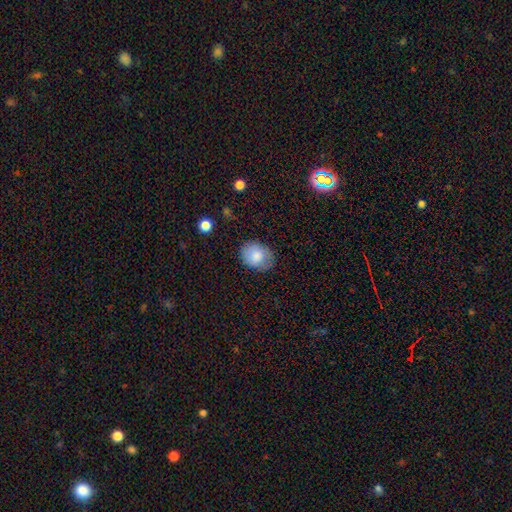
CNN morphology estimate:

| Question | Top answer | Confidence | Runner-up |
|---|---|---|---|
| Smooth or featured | smooth | 83% | featured or disk (9%) |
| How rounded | in between | 57% | round (42%) |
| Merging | none | 75% | minor disturbance (19%) |